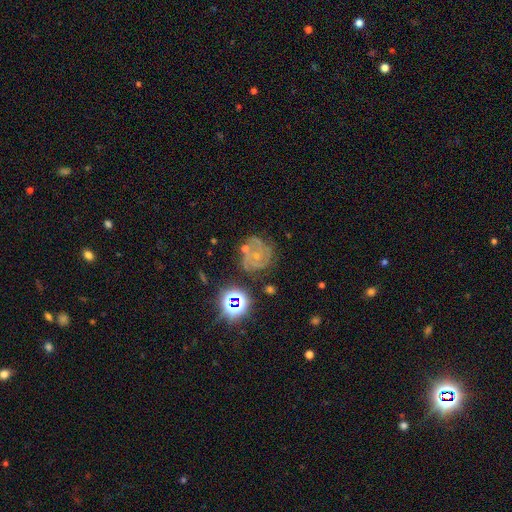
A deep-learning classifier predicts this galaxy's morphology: smooth_or_featured: featured or disk (p=0.60) [alt: star or artifact p=0.24]
disk_edge_on: no (p=0.98) [alt: yes p=0.02]
bar: no (p=0.73) [alt: weak p=0.21]
has_spiral_arms: yes (p=0.89) [alt: no p=0.11]
spiral_winding: tight (p=0.59) [alt: medium p=0.33]
spiral_arm_count: can't tell (p=0.30) [alt: 3 p=0.28]
bulge_size: small (p=0.74) [alt: moderate p=0.17]
merging: none (p=0.65) [alt: minor disturbance p=0.17]